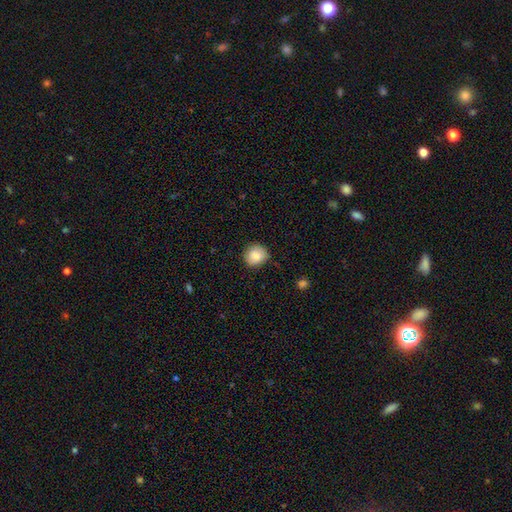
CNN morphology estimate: A smooth galaxy with no disk features (84%) that is round (87%).

Vote fractions:
- Smooth or featured? smooth: 84% / star or artifact: 8% / featured or disk: 8%
- How rounded? round: 87% / in between: 12% / cigar-shaped: 1%
- Merging? none: 77% / minor disturbance: 19% / major disturbance: 3% / merger: 1%